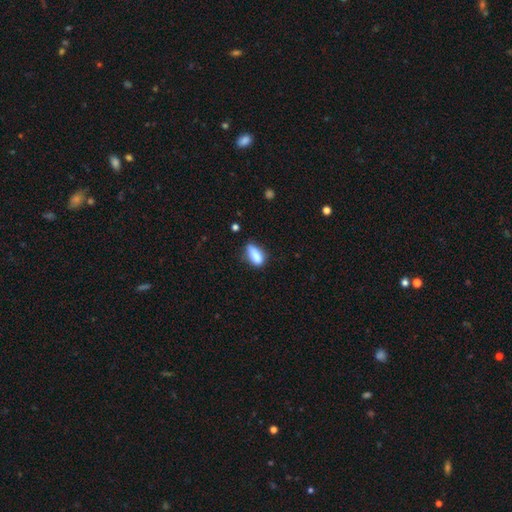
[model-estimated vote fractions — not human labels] smooth_or_featured: smooth (p=0.83) [alt: featured or disk p=0.09]
how_rounded: in between (p=0.77) [alt: cigar-shaped p=0.19]
merging: none (p=0.58) [alt: minor disturbance p=0.31]